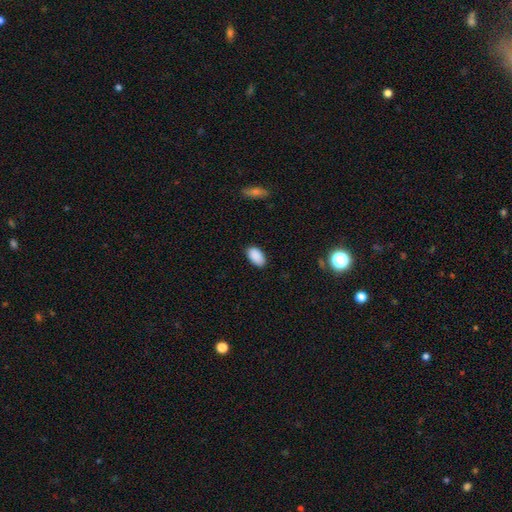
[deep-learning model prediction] Smooth or featured? smooth (90%)
How rounded? in between (94%)
Merging? none (86%)